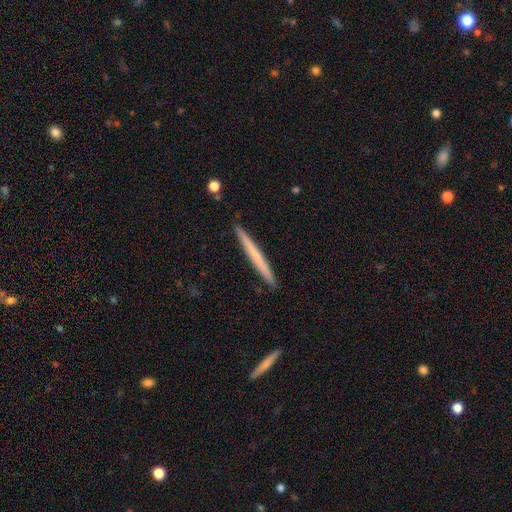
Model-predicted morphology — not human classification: Smooth or featured? smooth (57%)
How rounded? cigar-shaped (97%)
Merging? none (92%)